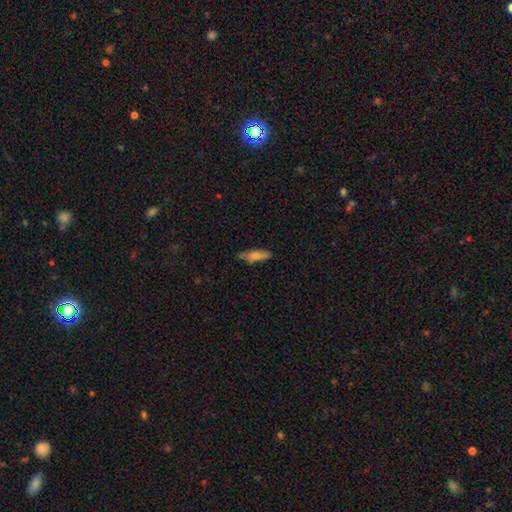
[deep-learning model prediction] A smooth galaxy with no disk features (67%) that is cigar-shaped (52%). Merging: none (71%).